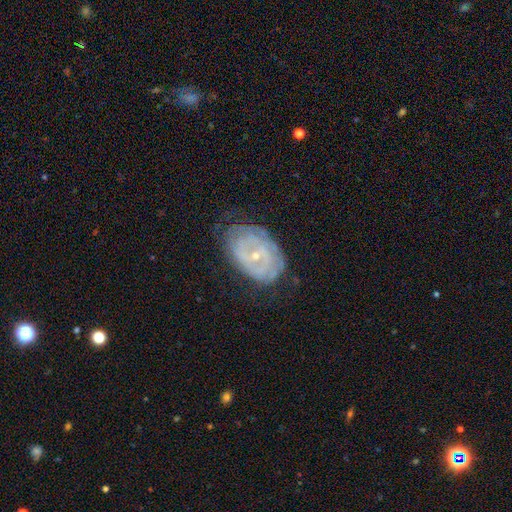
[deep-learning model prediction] This is likely a featured or disk galaxy (76%). It is clearly not viewed edge-on (96%). Bar: possibly no (58%). Spiral arm pattern: clearly yes (86%). Spiral arm count: possibly can't tell (48%). Spiral winding: likely tight (73%). Central bulge: likely small (75%). Merging: likely none (67%).